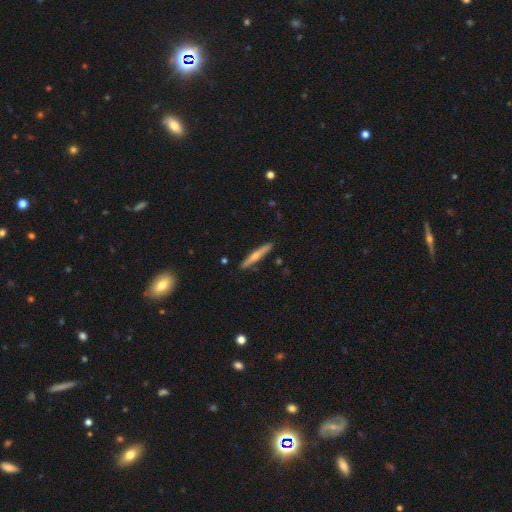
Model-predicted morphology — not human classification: type=featured or disk (52%); edge-on=yes (96%); merging=none (89%).